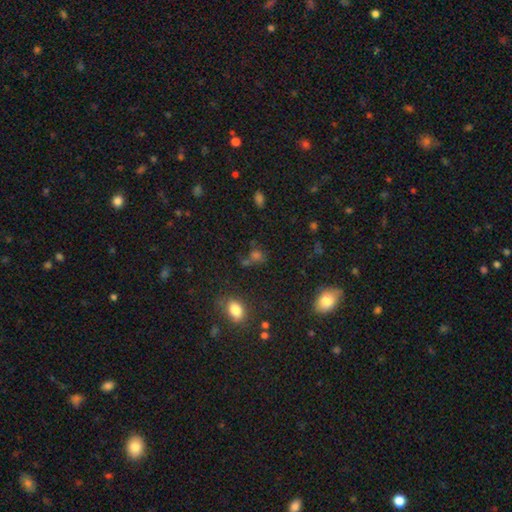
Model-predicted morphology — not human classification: This appears to be a smooth galaxy with no disk features (59%) that is round (57%). Merging: none (64%).